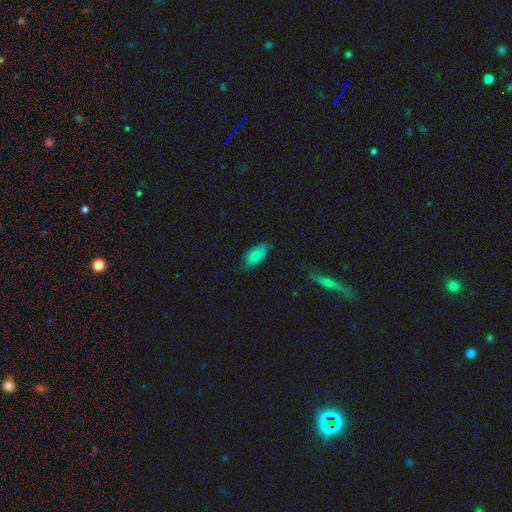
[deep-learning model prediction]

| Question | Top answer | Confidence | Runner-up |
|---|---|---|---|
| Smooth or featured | smooth | 76% | featured or disk (17%) |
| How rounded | in between | 92% | cigar-shaped (4%) |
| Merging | none | 66% | minor disturbance (27%) |